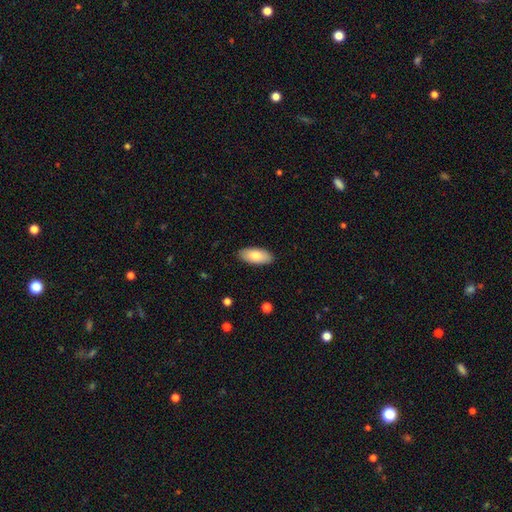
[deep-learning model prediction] This is clearly a smooth galaxy (81%). How rounded: clearly in between (90%). Merging: clearly none (89%).